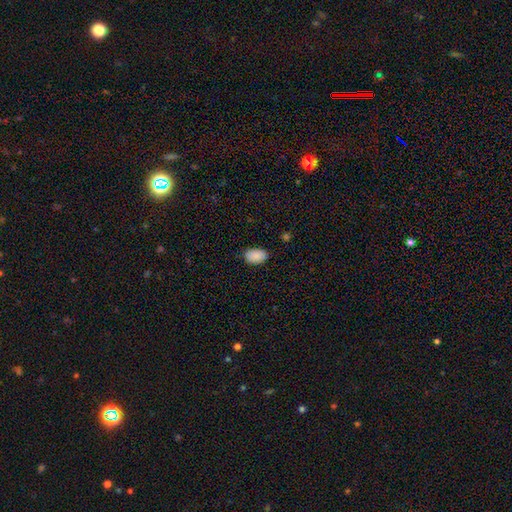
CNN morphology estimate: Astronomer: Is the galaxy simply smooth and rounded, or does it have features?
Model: smooth — 90%.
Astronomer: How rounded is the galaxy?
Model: in between — 92%.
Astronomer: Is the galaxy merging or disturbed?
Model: none — 86%.